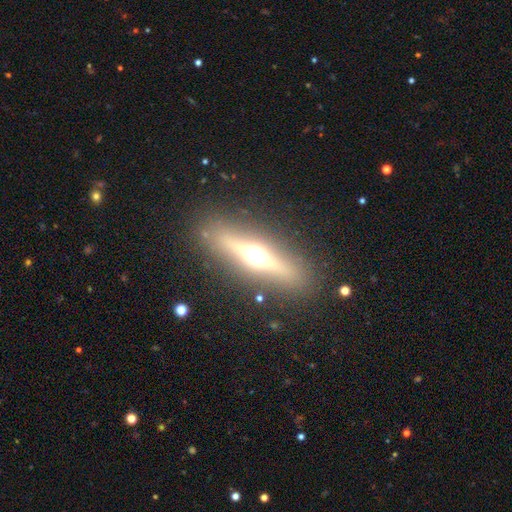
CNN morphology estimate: Smooth or featured: featured or disk — 64% (smooth — 25%)
Edge-on disk: yes — 89% (no — 11%)
Edge-on bulge: rounded — 95% (boxy — 3%)
Merging: none — 87% (minor disturbance — 8%)